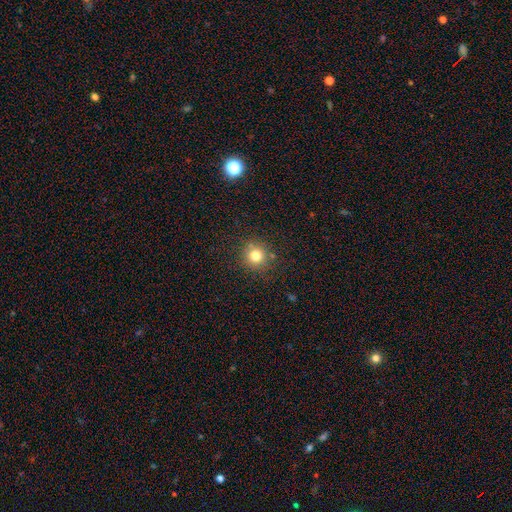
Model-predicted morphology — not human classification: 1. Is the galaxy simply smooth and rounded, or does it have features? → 78% smooth, 14% star or artifact, 7% featured or disk.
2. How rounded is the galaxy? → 93% round, 6% in between, 1% cigar-shaped.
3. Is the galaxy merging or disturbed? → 84% none, 9% minor disturbance, 4% merger, 3% major disturbance.